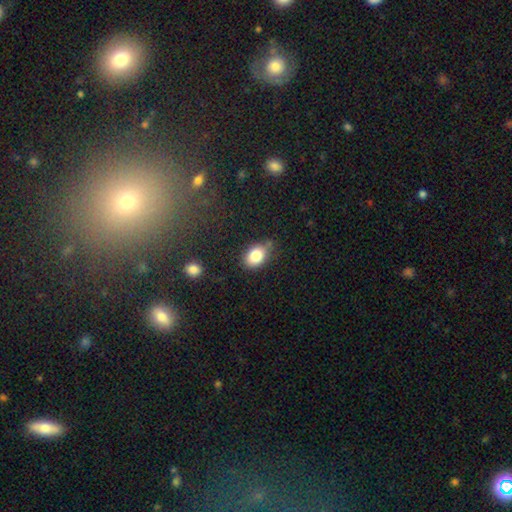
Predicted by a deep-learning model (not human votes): Smooth or featured? Predicted: smooth (p=0.83). How rounded? Predicted: in between (p=0.78). Merging? Predicted: none (p=0.66).